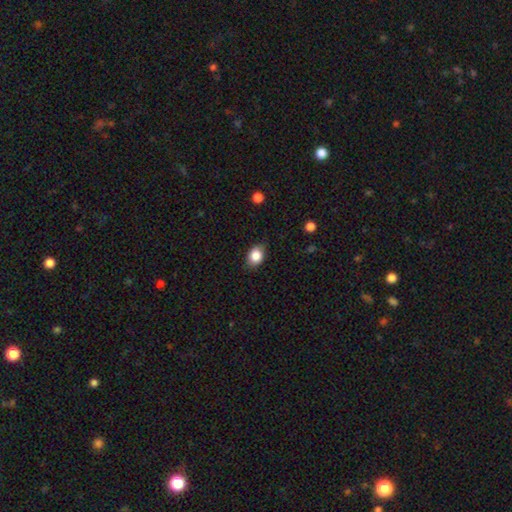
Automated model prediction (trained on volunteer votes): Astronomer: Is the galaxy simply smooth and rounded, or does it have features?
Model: smooth — 85%.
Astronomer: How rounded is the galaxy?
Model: in between — 63%.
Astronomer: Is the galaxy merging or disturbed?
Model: none — 81%.